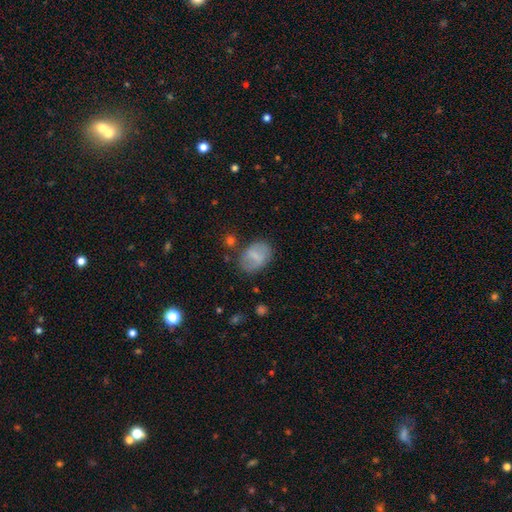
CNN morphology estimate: Smooth or featured? Predicted: smooth (p=0.56). How rounded? Predicted: in between (p=0.76). Merging? Predicted: none (p=0.68).